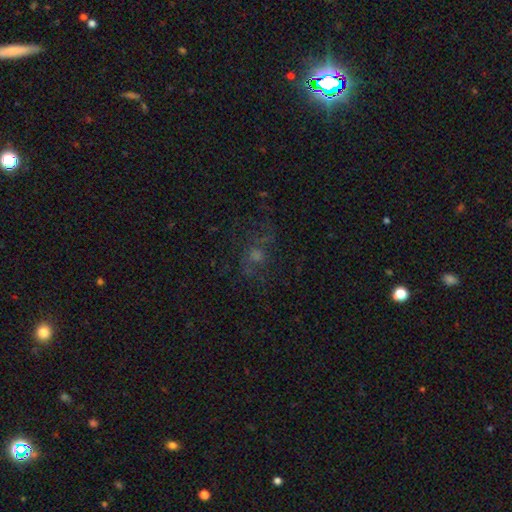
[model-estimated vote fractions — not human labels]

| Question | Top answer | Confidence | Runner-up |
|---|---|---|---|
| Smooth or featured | featured or disk | 35% | star or artifact (33%) |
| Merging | none | 59% | major disturbance (21%) |